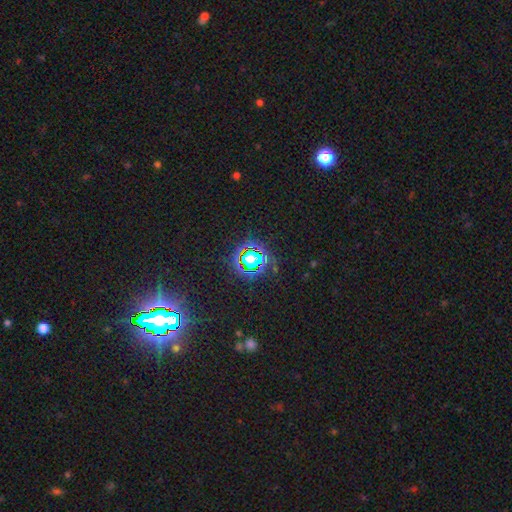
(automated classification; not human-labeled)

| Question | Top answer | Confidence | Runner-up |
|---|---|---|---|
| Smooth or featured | star or artifact | 78% | smooth (14%) |